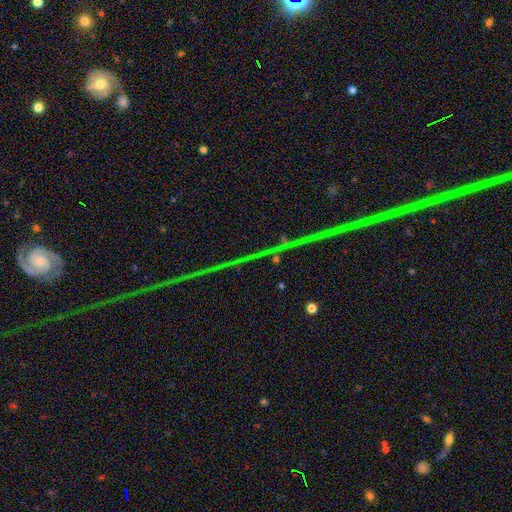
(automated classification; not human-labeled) This appears to be a star or artifact, not a galaxy (78%).